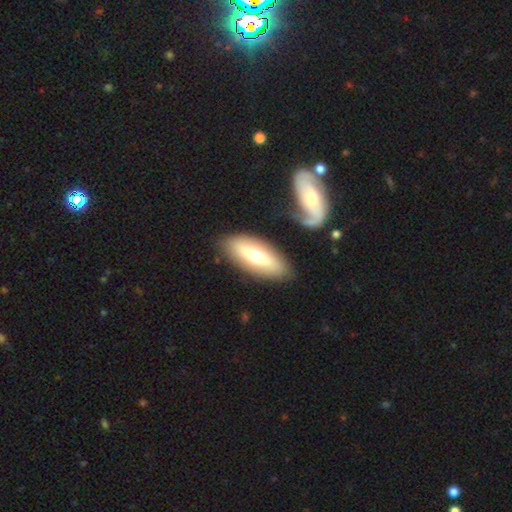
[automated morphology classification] Q: Smooth or featured?
A: smooth (52%); runner-up: featured or disk (41%)
Q: How rounded?
A: in between (74%); runner-up: cigar-shaped (23%)
Q: Merging?
A: none (78%); runner-up: minor disturbance (11%)